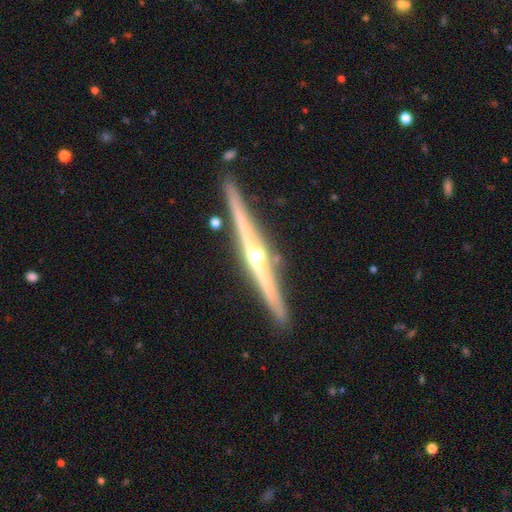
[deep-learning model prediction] Smooth or featured? Predicted: featured or disk (p=0.87). Edge-on disk? Predicted: yes (p=0.99). Edge-on bulge? Predicted: rounded (p=0.92). Merging? Predicted: none (p=0.90).